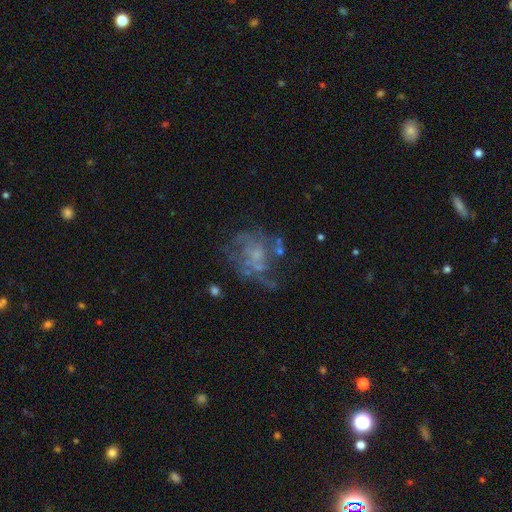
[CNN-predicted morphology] The model was most divided on "bulge size": none: 38%, small: 36%, moderate: 22%, large: 3%, dominant: 1%. Remaining: edge-on disk — no (98%); bar — no (80%); smooth or featured — featured or disk (67%); spiral arms — yes (55%); merging — none (48%).